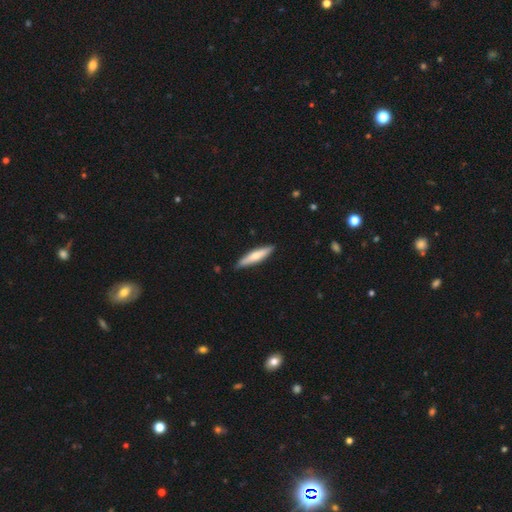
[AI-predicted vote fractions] Overall: smooth (62%; featured or disk 33%). How rounded: cigar-shaped (84%). Merging: none (88%).